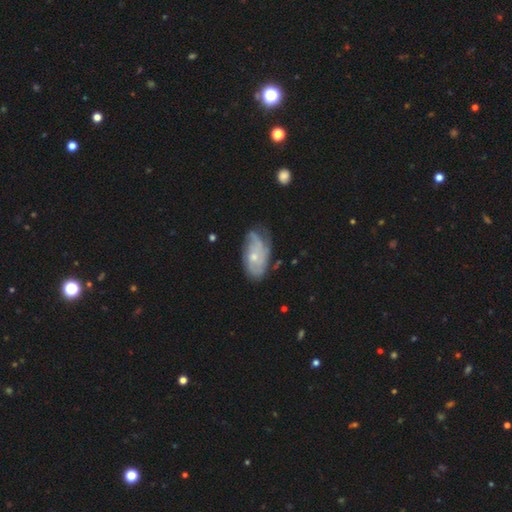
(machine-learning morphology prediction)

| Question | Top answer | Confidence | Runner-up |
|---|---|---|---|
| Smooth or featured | featured or disk | 70% | smooth (24%) |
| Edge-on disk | no | 95% | yes (5%) |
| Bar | no | 79% | weak (19%) |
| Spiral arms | yes | 86% | no (14%) |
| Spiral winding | tight | 49% | medium (34%) |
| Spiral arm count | can't tell | 45% | 2 (21%) |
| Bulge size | small | 55% | moderate (40%) |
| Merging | none | 54% | minor disturbance (30%) |